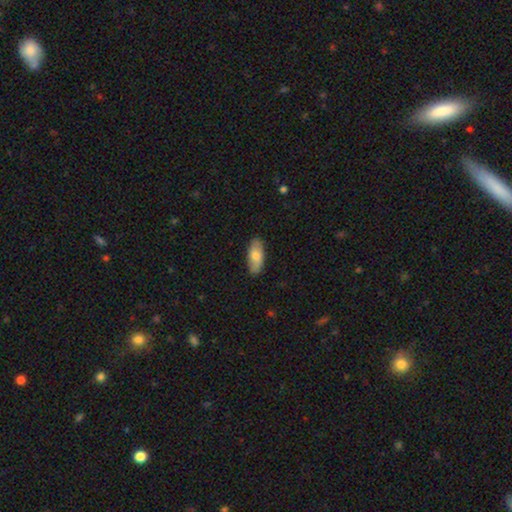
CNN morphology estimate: smooth 76%, featured or disk 18%, star or artifact 5%. Down the decision tree: how rounded — in between (86%); merging — none (86%).